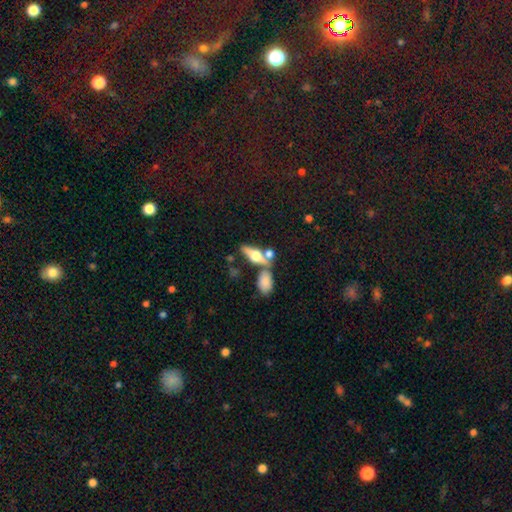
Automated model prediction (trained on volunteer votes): Smooth or featured? featured or disk (53%)
Edge-on disk? yes (88%)
Merging? none (60%)